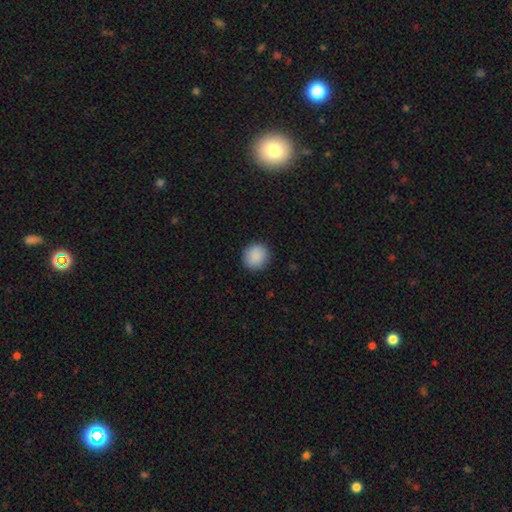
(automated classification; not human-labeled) smooth-or-featured: smooth: 90% | star or artifact: 8% | featured or disk: 3%
  how-rounded: round: 91% | in between: 8% | cigar-shaped: 1%
  merging: none: 91% | minor disturbance: 6% | major disturbance: 2% | merger: 1%